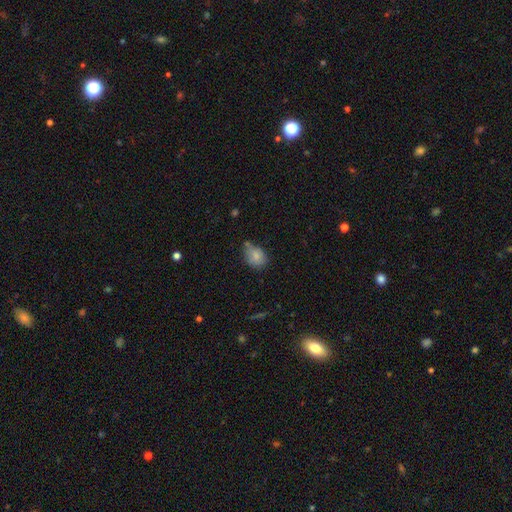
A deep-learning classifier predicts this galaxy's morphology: type=smooth (81%); roundness=in between (58%); merging=none (54%).